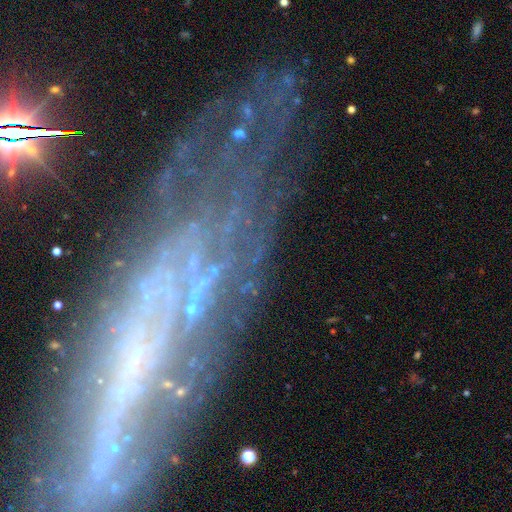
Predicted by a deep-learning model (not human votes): Smooth or featured: featured or disk — 68% (star or artifact — 18%)
Edge-on disk: no — 62% (yes — 38%)
Merging: none — 70% (minor disturbance — 17%)